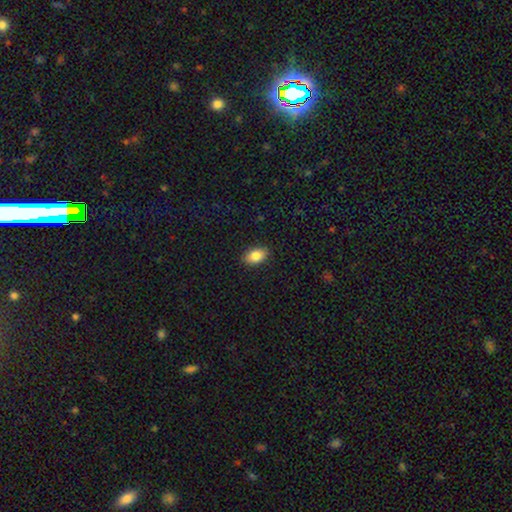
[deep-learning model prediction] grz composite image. It shows a smooth galaxy with no disk features (84%) that is in between round and cigar-shaped (90%). Merging: none (89%).